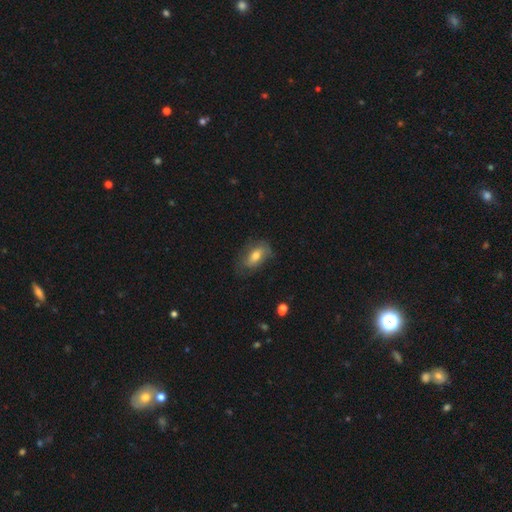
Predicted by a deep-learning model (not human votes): Smooth or featured? Predicted: smooth (p=0.57). How rounded? Predicted: in between (p=0.84). Merging? Predicted: none (p=0.64).